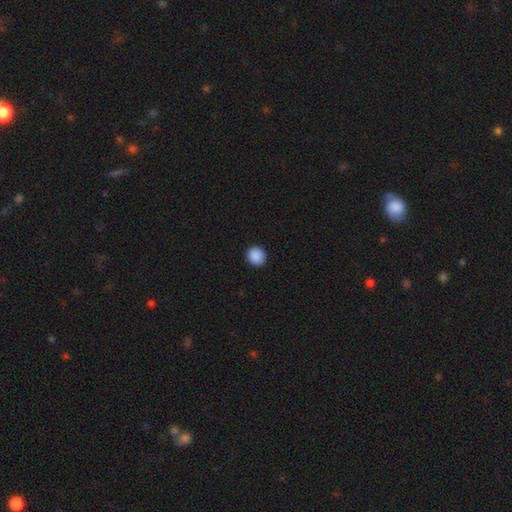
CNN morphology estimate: A smooth galaxy with no disk features (89%) that is round (87%).

Vote fractions:
- Smooth or featured? smooth: 89% / star or artifact: 8% / featured or disk: 2%
- How rounded? round: 87% / in between: 12% / cigar-shaped: 1%
- Merging? none: 92% / minor disturbance: 5% / major disturbance: 2% / merger: 1%